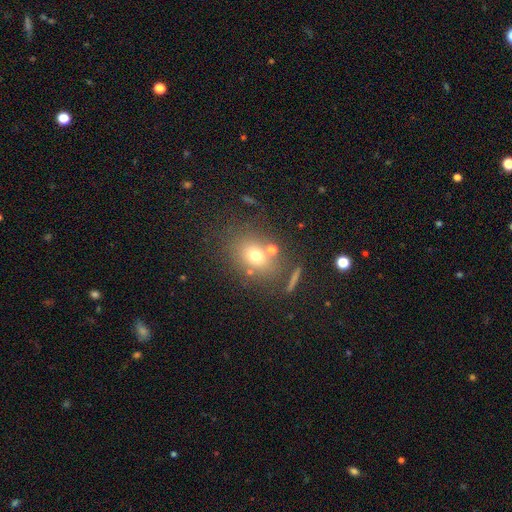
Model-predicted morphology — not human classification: smooth-or-featured: smooth: 68% | star or artifact: 16% | featured or disk: 16%
  how-rounded: round: 50% | in between: 48% | cigar-shaped: 2%
  merging: none: 69% | merger: 13% | minor disturbance: 12% | major disturbance: 6%